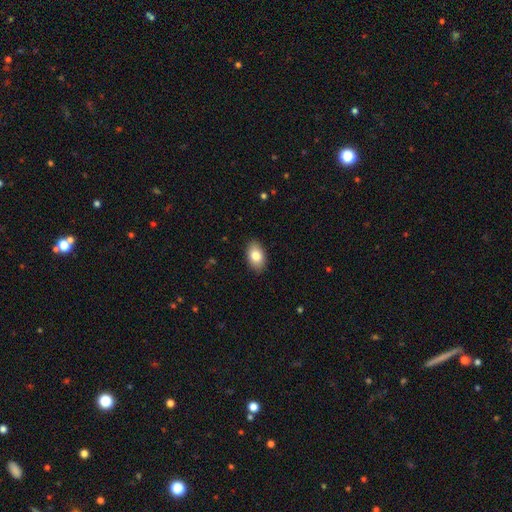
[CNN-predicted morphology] smooth 82%, featured or disk 11%, star or artifact 7%. Down the decision tree: how rounded — in between (92%); merging — none (89%).